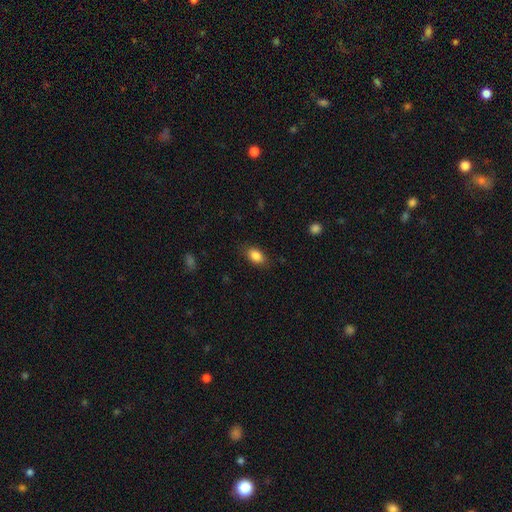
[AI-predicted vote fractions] Q: Smooth or featured?
A: smooth (85%); runner-up: star or artifact (8%)
Q: How rounded?
A: in between (86%); runner-up: round (11%)
Q: Merging?
A: none (83%); runner-up: minor disturbance (13%)